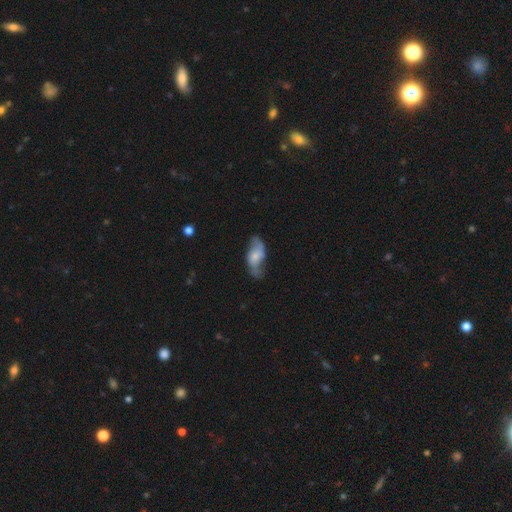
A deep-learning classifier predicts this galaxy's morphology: Smooth or featured? Predicted: featured or disk (p=0.50). Merging? Predicted: none (p=0.48).